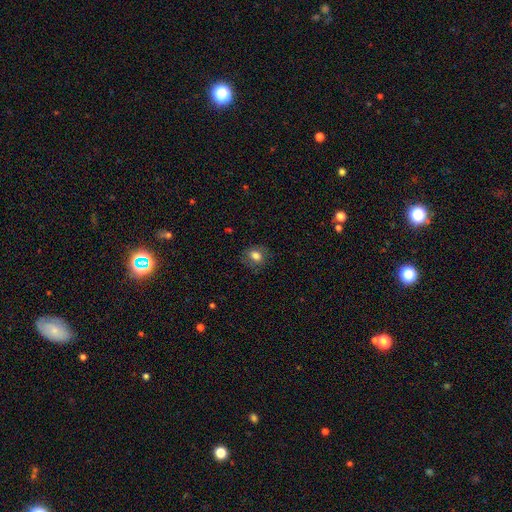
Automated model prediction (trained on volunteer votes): smooth-or-featured: smooth: 76% | featured or disk: 13% | star or artifact: 10%
  how-rounded: round: 53% | in between: 46% | cigar-shaped: 1%
  merging: none: 81% | minor disturbance: 14% | major disturbance: 4% | merger: 1%